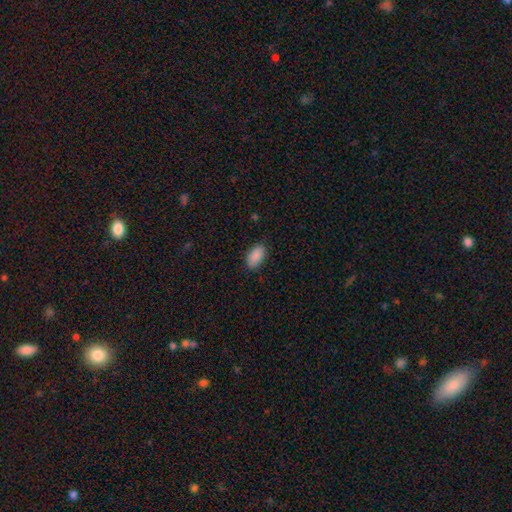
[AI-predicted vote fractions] smooth 90%, star or artifact 7%, featured or disk 3%. Down the decision tree: how rounded — in between (94%); merging — none (85%).